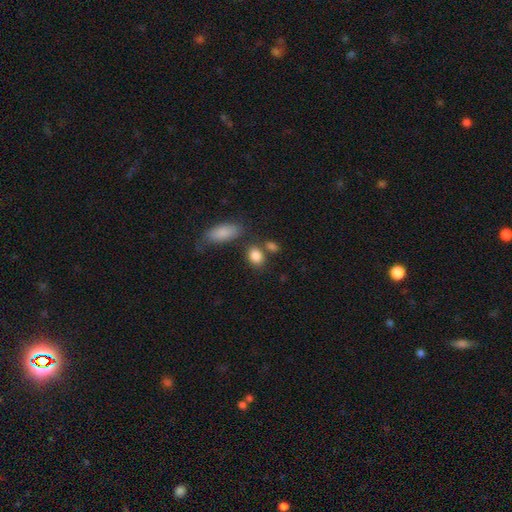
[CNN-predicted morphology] This is clearly a smooth galaxy (86%). How rounded: likely in between (71%). Merging: likely none (64%).